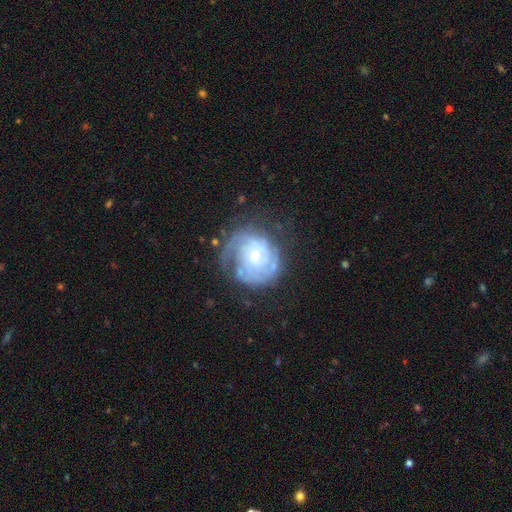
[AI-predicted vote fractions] featured or disk 83%, smooth 11%, star or artifact 6%. Down the decision tree: edge-on disk — no (98%); bar — no (70%); spiral arms — yes (94%); spiral arm count — 2 (34%); spiral winding — tight (68%); bulge size — small (64%); merging — none (63%).